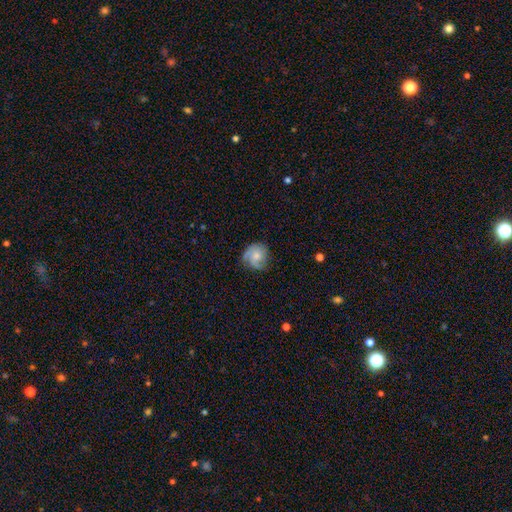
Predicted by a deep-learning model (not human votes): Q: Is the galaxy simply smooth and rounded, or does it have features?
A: featured or disk — 52%.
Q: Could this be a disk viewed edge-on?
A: no — 97%.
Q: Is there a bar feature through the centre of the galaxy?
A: no — 75%.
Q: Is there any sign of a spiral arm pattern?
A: yes — 88%.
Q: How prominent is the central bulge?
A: moderate — 44%.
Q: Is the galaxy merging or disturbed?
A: none — 62%.